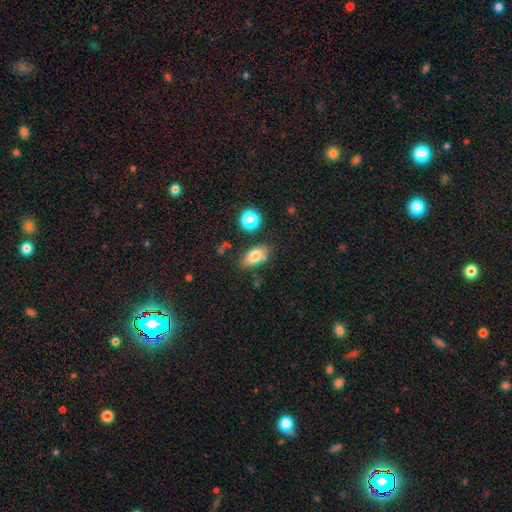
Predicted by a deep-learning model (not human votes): This is likely a smooth galaxy (77%). How rounded: clearly in between (86%). Merging: likely none (73%).